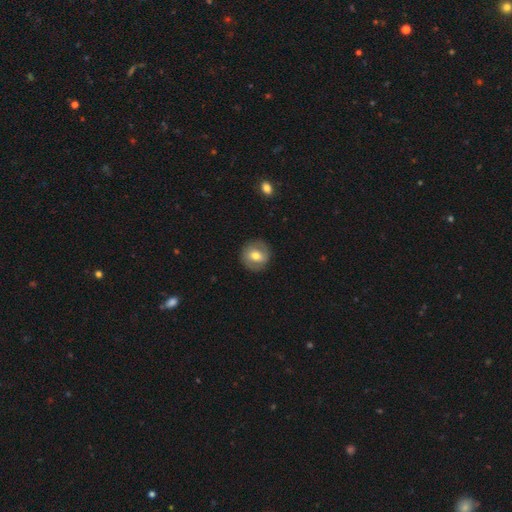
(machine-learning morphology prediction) Smooth or featured?
  - smooth: 54% *
  - featured or disk: 39%
  - star or artifact: 7%
How rounded?
  - round: 87% *
  - in between: 12%
  - cigar-shaped: 1%
Merging?
  - none: 86% *
  - minor disturbance: 10%
  - major disturbance: 3%
  - merger: 1%